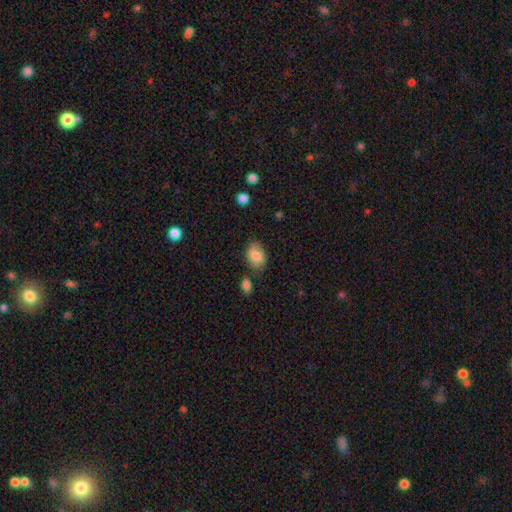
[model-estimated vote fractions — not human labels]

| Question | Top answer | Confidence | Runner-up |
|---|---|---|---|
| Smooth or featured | smooth | 83% | featured or disk (10%) |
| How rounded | in between | 84% | round (14%) |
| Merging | none | 72% | minor disturbance (19%) |